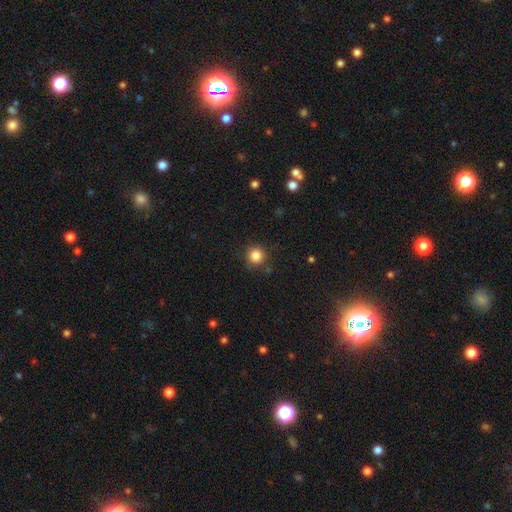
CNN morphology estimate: A smooth galaxy with no disk features (85%) that is round (94%).

Vote fractions:
- Smooth or featured? smooth: 85% / star or artifact: 11% / featured or disk: 4%
- How rounded? round: 94% / in between: 5% / cigar-shaped: 1%
- Merging? none: 87% / minor disturbance: 8% / major disturbance: 3% / merger: 2%